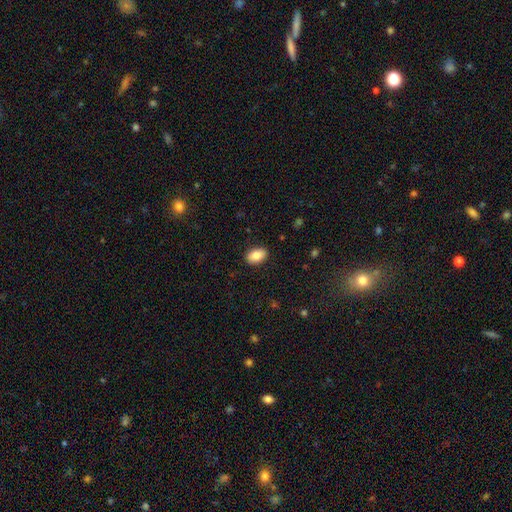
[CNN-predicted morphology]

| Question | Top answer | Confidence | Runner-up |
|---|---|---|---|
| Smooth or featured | smooth | 85% | star or artifact (7%) |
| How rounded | in between | 88% | round (10%) |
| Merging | none | 89% | minor disturbance (8%) |